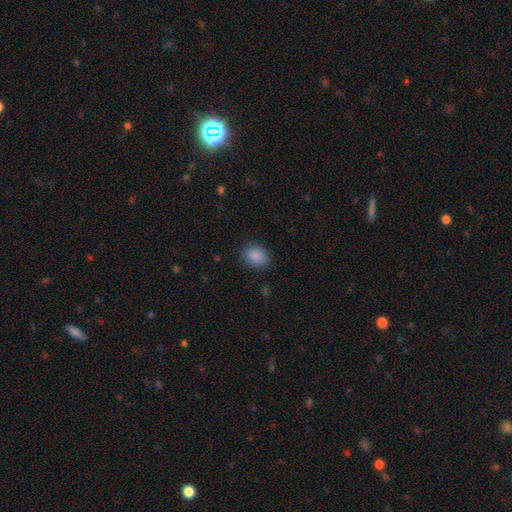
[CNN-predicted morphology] smooth_or_featured: smooth (p=0.88) [alt: star or artifact p=0.09]
how_rounded: in between (p=0.50) [alt: round p=0.49]
merging: none (p=0.86) [alt: minor disturbance p=0.10]